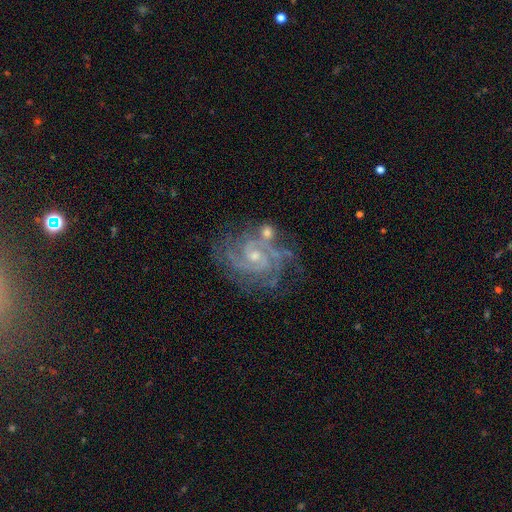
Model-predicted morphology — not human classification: smooth_or_featured: featured or disk (p=0.89) [alt: star or artifact p=0.07]
disk_edge_on: no (p=0.98) [alt: yes p=0.02]
bar: no (p=0.59) [alt: weak p=0.34]
has_spiral_arms: yes (p=0.97) [alt: no p=0.03]
spiral_winding: tight (p=0.62) [alt: medium p=0.33]
spiral_arm_count: 2 (p=0.32) [alt: 3 p=0.27]
bulge_size: small (p=0.62) [alt: moderate p=0.33]
merging: none (p=0.66) [alt: minor disturbance p=0.18]